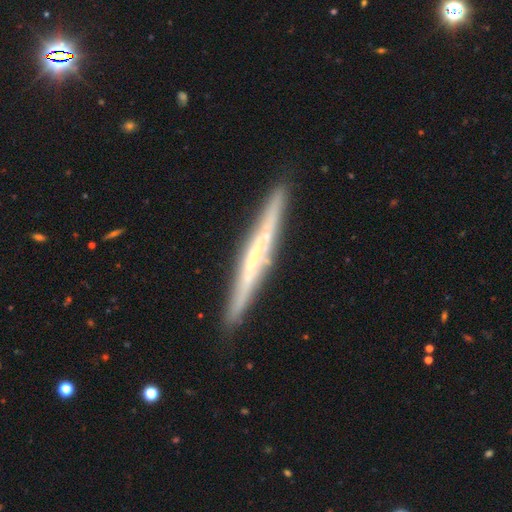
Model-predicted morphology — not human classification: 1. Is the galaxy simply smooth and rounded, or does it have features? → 70% featured or disk, 25% smooth, 6% star or artifact.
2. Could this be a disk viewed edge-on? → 95% yes, 5% no.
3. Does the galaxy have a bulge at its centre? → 67% none, 22% rounded, 11% boxy.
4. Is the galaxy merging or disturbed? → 87% none, 9% minor disturbance, 2% major disturbance, 2% merger.